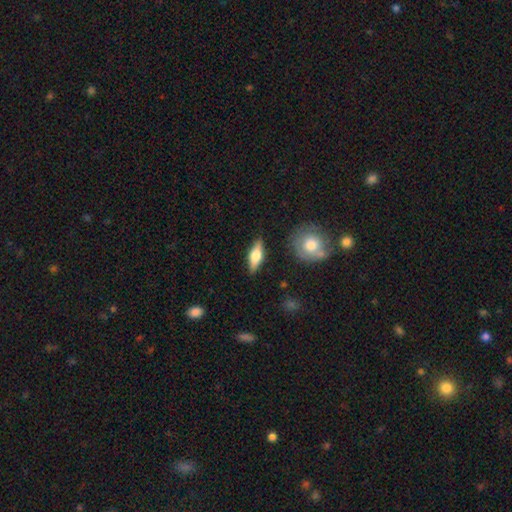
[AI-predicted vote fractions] Smooth or featured?
  - featured or disk: 48% *
  - smooth: 45%
  - star or artifact: 6%
Merging?
  - none: 86% *
  - minor disturbance: 9%
  - major disturbance: 2%
  - merger: 2%